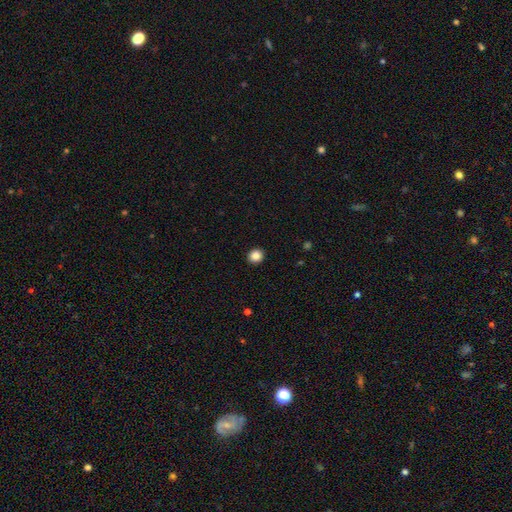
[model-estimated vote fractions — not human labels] Q: Smooth or featured?
A: smooth (85%); runner-up: star or artifact (10%)
Q: How rounded?
A: round (84%); runner-up: in between (15%)
Q: Merging?
A: none (93%); runner-up: minor disturbance (5%)